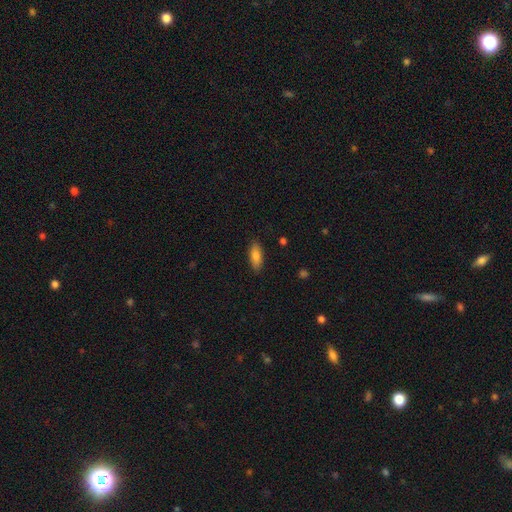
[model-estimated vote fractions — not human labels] smooth-or-featured: smooth: 83% | featured or disk: 10% | star or artifact: 7%
  how-rounded: in between: 75% | cigar-shaped: 23% | round: 2%
  merging: none: 87% | minor disturbance: 10% | major disturbance: 2% | merger: 1%